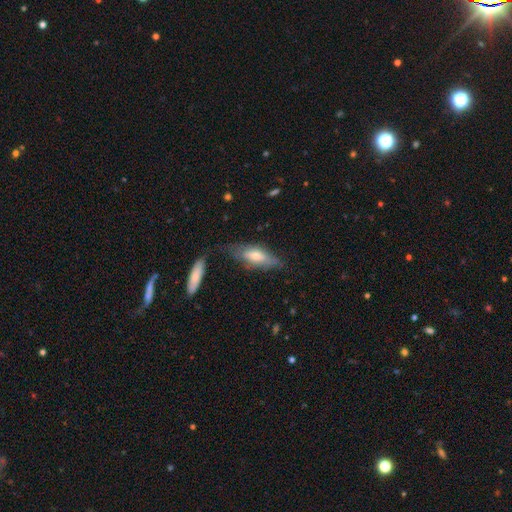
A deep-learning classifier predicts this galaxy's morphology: Q: Smooth or featured?
A: smooth (57%); runner-up: featured or disk (36%)
Q: How rounded?
A: in between (60%); runner-up: cigar-shaped (38%)
Q: Merging?
A: none (54%); runner-up: minor disturbance (28%)